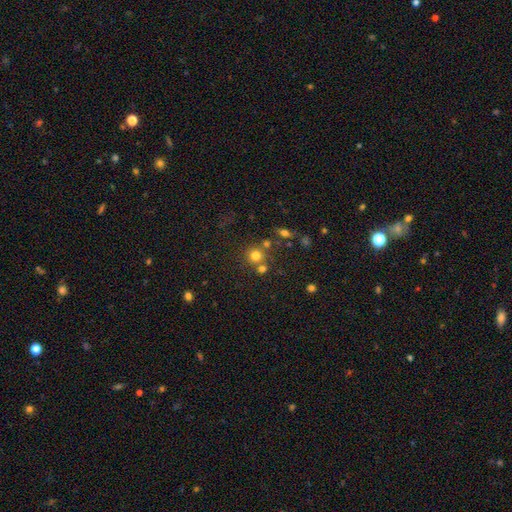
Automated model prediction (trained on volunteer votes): Overall: smooth (75%). How rounded: round (91%). Merging: none (67%).